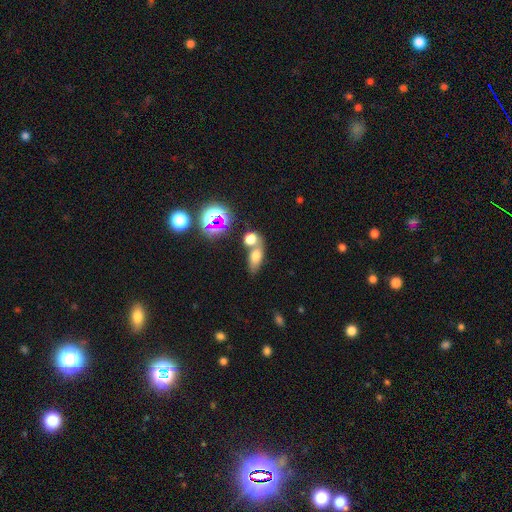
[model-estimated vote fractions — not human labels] A smooth galaxy with no disk features (62%) that is in between round and cigar-shaped (71%). Merging: none (47%).